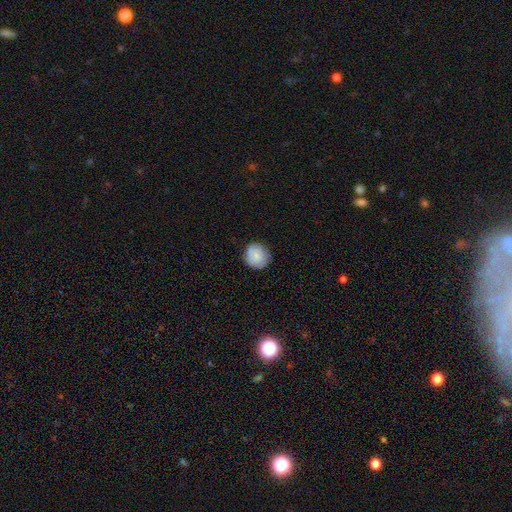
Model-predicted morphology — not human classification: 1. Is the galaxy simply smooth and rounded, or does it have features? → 82% smooth, 11% featured or disk, 7% star or artifact.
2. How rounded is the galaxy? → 91% round, 8% in between, 1% cigar-shaped.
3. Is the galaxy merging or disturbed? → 83% none, 13% minor disturbance, 3% major disturbance, 1% merger.